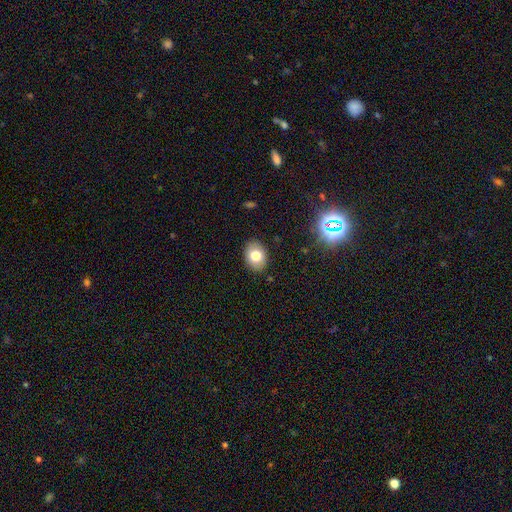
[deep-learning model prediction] A smooth galaxy with no disk features (77%) that is in between round and cigar-shaped (69%).

Vote fractions:
- Smooth or featured? smooth: 77% / featured or disk: 13% / star or artifact: 10%
- How rounded? in between: 69% / round: 30% / cigar-shaped: 1%
- Merging? none: 87% / minor disturbance: 9% / major disturbance: 2% / merger: 1%